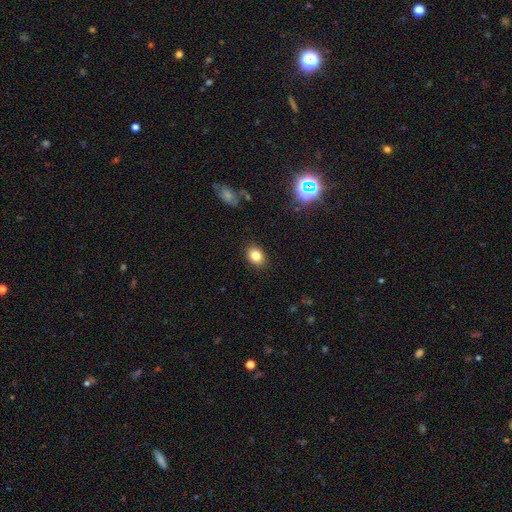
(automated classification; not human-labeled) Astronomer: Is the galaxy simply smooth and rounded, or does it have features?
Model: smooth — 82%.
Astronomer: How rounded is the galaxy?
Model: in between — 60% (runner-up: round, 39%).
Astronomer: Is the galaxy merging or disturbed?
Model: none — 88%.